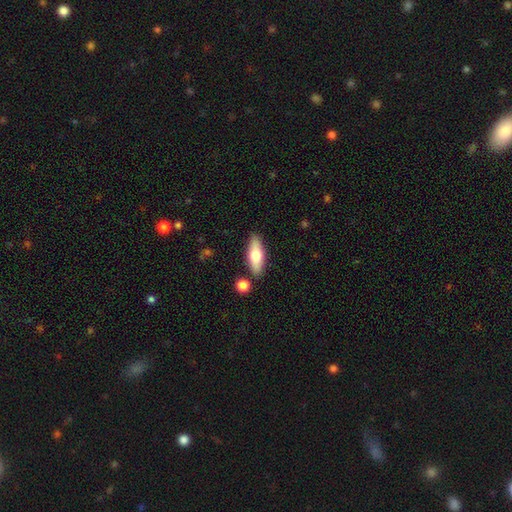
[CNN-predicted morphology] Smooth or featured? Predicted: smooth (p=0.66). How rounded? Predicted: in between (p=0.61). Merging? Predicted: none (p=0.83).